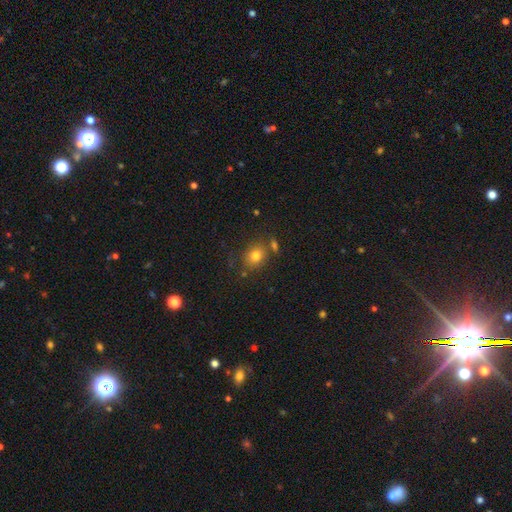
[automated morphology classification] A smooth galaxy with no disk features (78%) that is round (57%).

Vote fractions:
- Smooth or featured? smooth: 78% / star or artifact: 12% / featured or disk: 10%
- How rounded? round: 57% / in between: 42% / cigar-shaped: 1%
- Merging? none: 70% / minor disturbance: 14% / merger: 11% / major disturbance: 5%